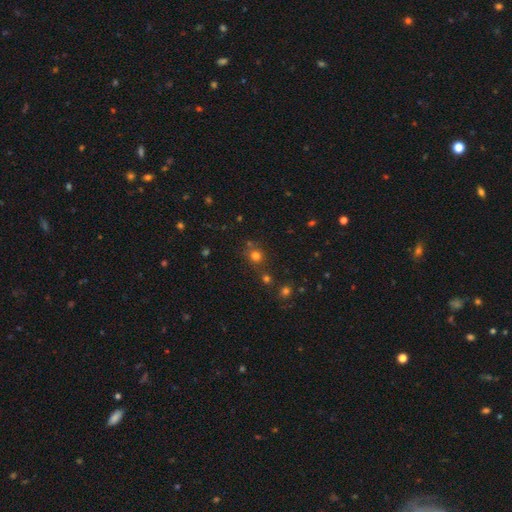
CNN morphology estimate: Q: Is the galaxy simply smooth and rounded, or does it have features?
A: smooth — 70%.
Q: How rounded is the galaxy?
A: round — 88%.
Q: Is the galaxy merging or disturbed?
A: none — 70%.